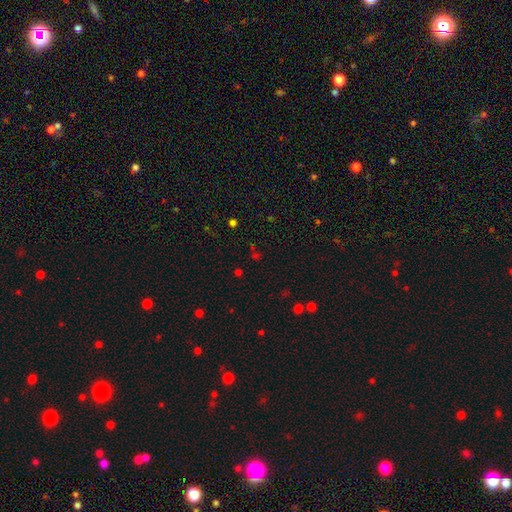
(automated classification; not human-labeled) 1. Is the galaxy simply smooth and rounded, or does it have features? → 55% star or artifact, 37% smooth, 8% featured or disk.